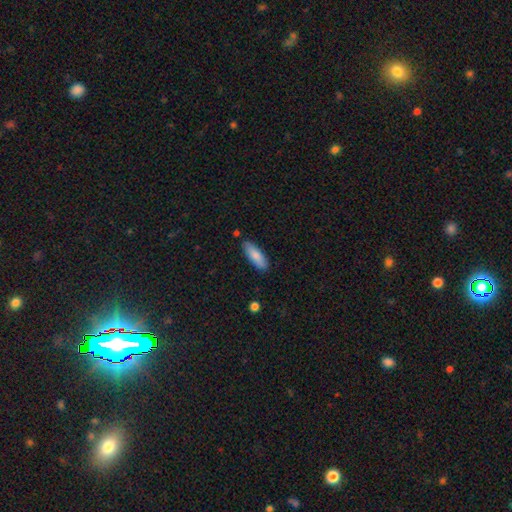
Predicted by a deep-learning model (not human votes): This is clearly a smooth galaxy (83%). How rounded: likely in between (61%). Merging: clearly none (84%).